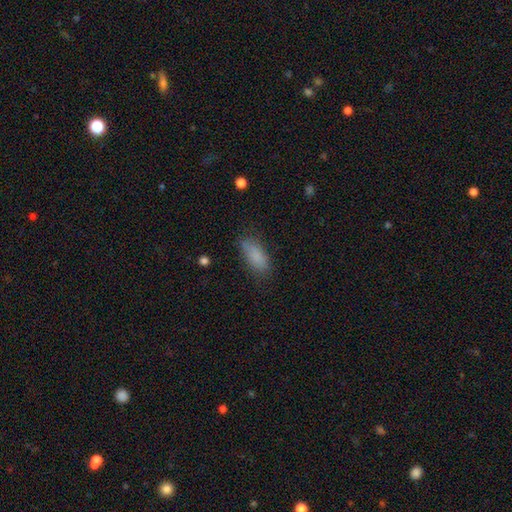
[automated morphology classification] This is clearly a smooth galaxy (84%). How rounded: clearly in between (81%). Merging: likely none (73%).